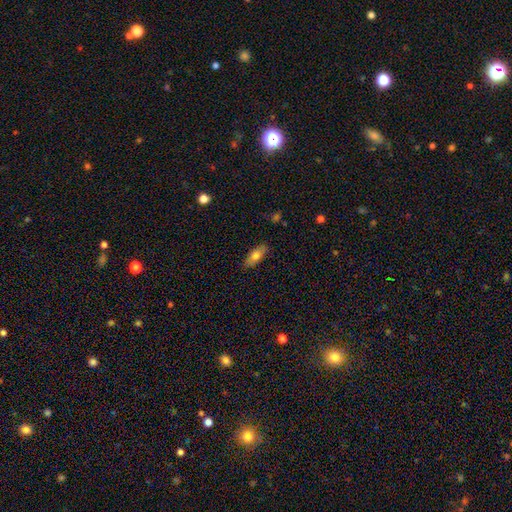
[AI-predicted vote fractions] A smooth galaxy with no disk features (69%) that is in between round and cigar-shaped (75%). Merging: none (85%).